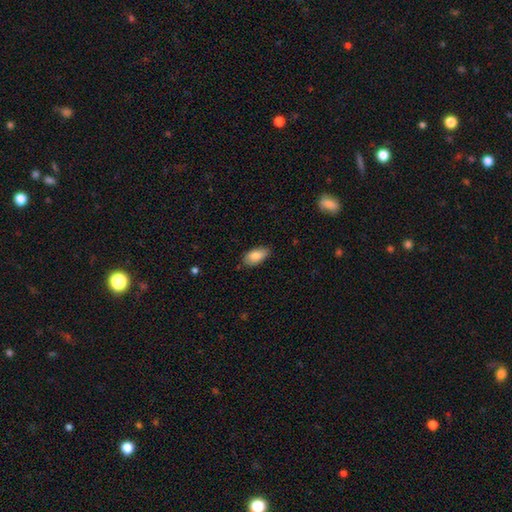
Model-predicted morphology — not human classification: This is clearly a smooth galaxy (86%). How rounded: clearly in between (91%). Merging: likely none (77%).